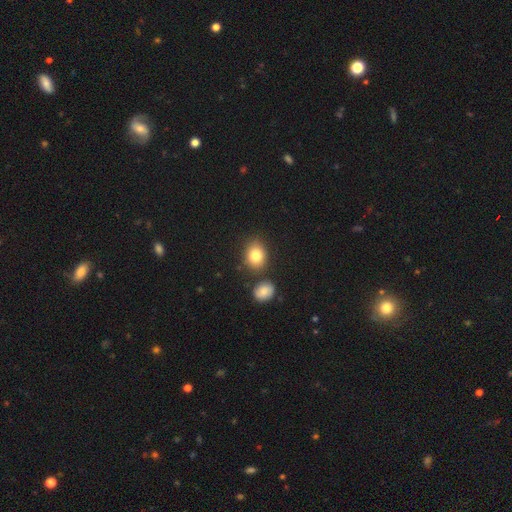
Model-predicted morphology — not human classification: type=smooth (81%); roundness=in between (51%); merging=none (74%).